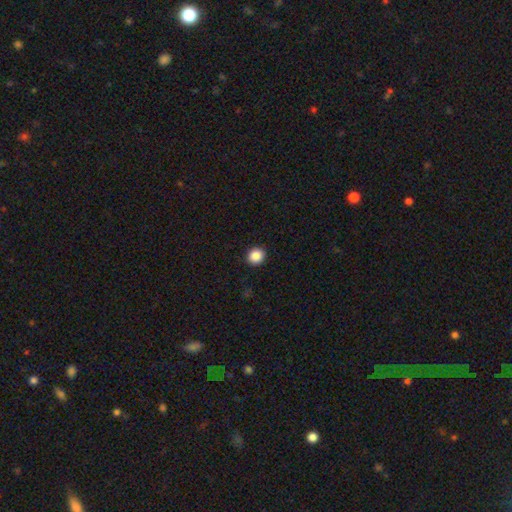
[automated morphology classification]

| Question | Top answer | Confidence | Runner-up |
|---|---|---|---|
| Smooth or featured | smooth | 88% | star or artifact (9%) |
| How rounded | round | 86% | in between (13%) |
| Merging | none | 92% | minor disturbance (5%) |